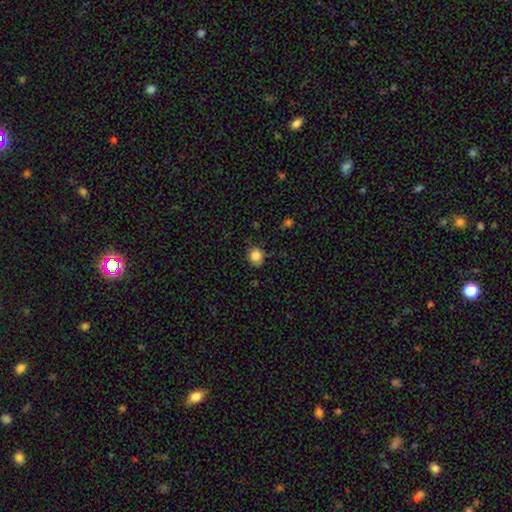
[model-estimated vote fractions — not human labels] smooth_or_featured: smooth (p=0.84) [alt: star or artifact p=0.11]
how_rounded: round (p=0.76) [alt: in between p=0.23]
merging: none (p=0.78) [alt: minor disturbance p=0.17]